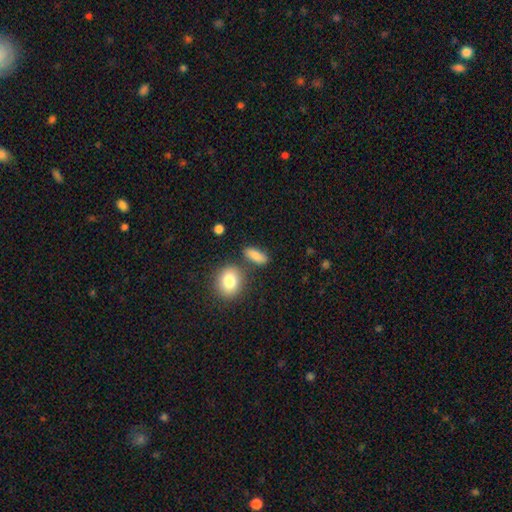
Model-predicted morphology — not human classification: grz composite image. It shows a smooth galaxy with no disk features (85%) that is in between round and cigar-shaped (64%). Merging: none (75%).